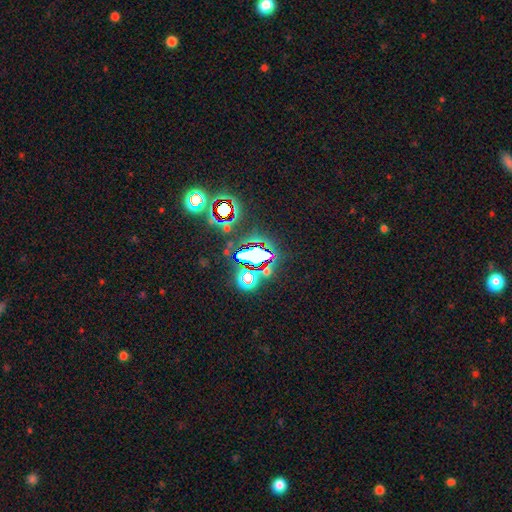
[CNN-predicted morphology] The model was most divided on "smooth or featured": star or artifact: 67%, smooth: 21%, featured or disk: 12%.